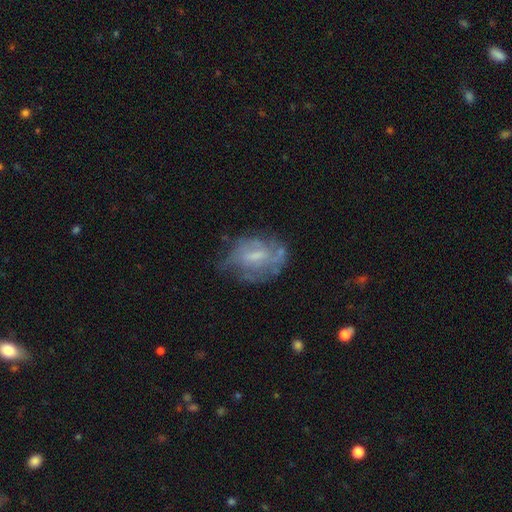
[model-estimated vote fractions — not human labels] Smooth or featured?
  - featured or disk: 61% *
  - smooth: 29%
  - star or artifact: 10%
Edge-on disk?
  - no: 96% *
  - yes: 4%
Bar?
  - weak: 49% *
  - no: 39%
  - strong: 12%
Spiral arms?
  - yes: 57% *
  - no: 43%
Bulge size?
  - small: 43% *
  - moderate: 33%
  - none: 21%
  - large: 3%
  - dominant: 1%
Merging?
  - none: 55% *
  - minor disturbance: 27%
  - major disturbance: 16%
  - merger: 3%